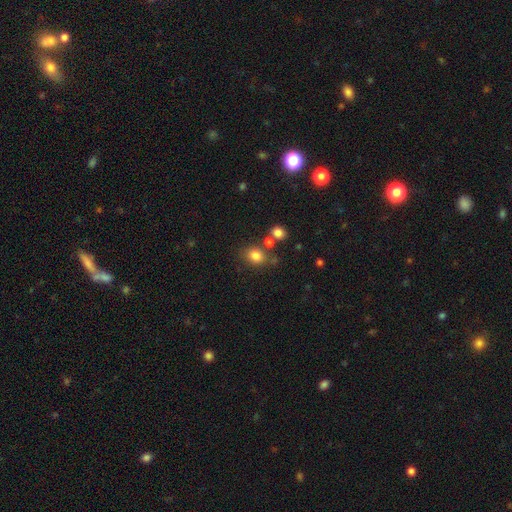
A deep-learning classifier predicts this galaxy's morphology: smooth-or-featured: smooth: 81% | star or artifact: 13% | featured or disk: 7%
  how-rounded: round: 55% | in between: 44% | cigar-shaped: 1%
  merging: none: 70% | merger: 13% | minor disturbance: 13% | major disturbance: 5%